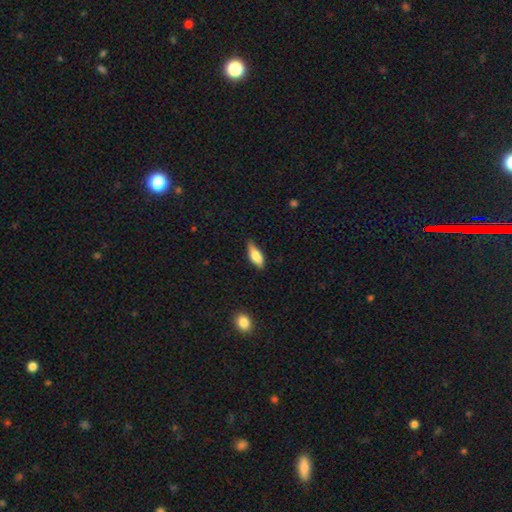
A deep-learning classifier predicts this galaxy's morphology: Smooth or featured: smooth — 66% (featured or disk — 27%)
How rounded: in between — 69% (cigar-shaped — 28%)
Merging: none — 67% (minor disturbance — 26%)